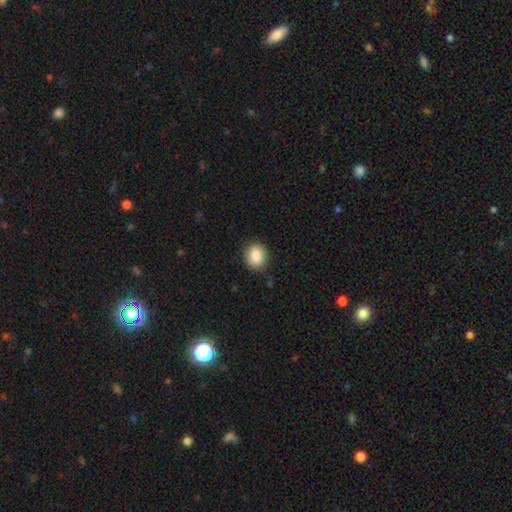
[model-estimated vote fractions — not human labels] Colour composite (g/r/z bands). It shows a smooth galaxy with no disk features (87%) that is round (60%). Merging: none (87%).